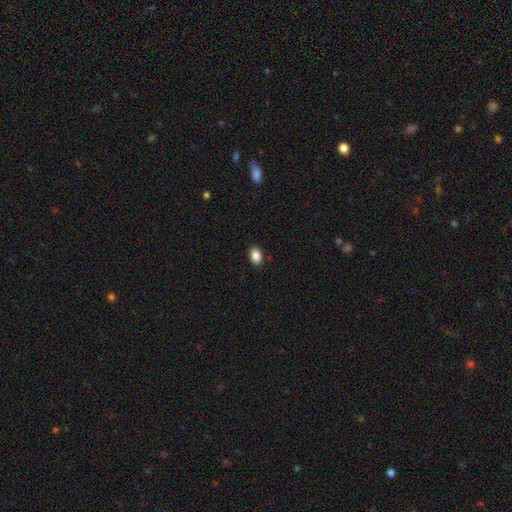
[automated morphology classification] smooth 88%, star or artifact 8%, featured or disk 4%. Down the decision tree: how rounded — in between (87%); merging — none (89%).